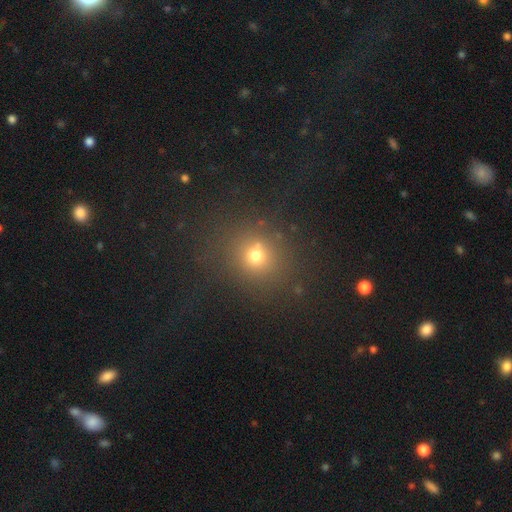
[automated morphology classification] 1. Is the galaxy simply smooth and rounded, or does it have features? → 69% smooth, 22% star or artifact, 9% featured or disk.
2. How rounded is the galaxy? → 82% round, 17% in between, 1% cigar-shaped.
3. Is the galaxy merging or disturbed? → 78% none, 11% minor disturbance, 7% merger, 5% major disturbance.